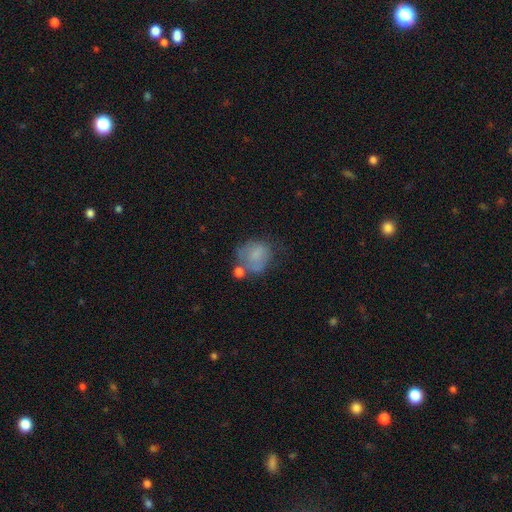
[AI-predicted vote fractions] This is likely a smooth galaxy (69%). How rounded: likely round (66%). Merging: marginally none (39%).